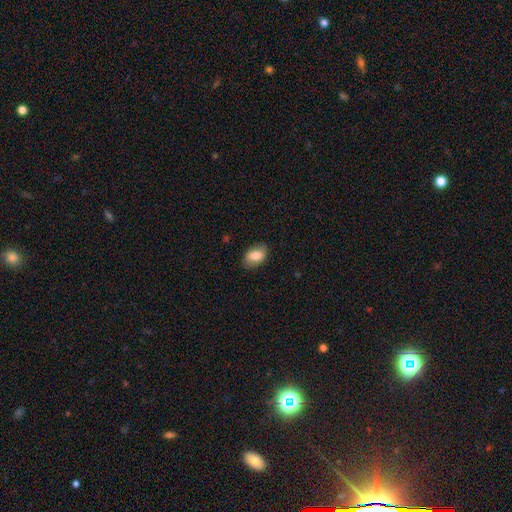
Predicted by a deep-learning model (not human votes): Morphology: type=smooth (78%); roundness=in between (87%); merging=none (82%).